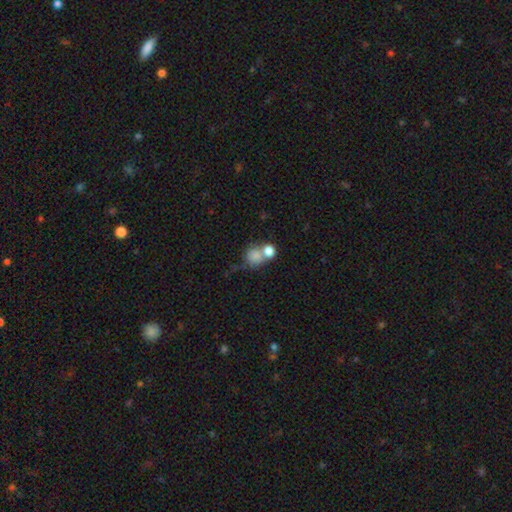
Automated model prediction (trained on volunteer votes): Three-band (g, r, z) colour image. It shows a smooth galaxy with no disk features (79%) that is round (77%). Merging: merger (49%).